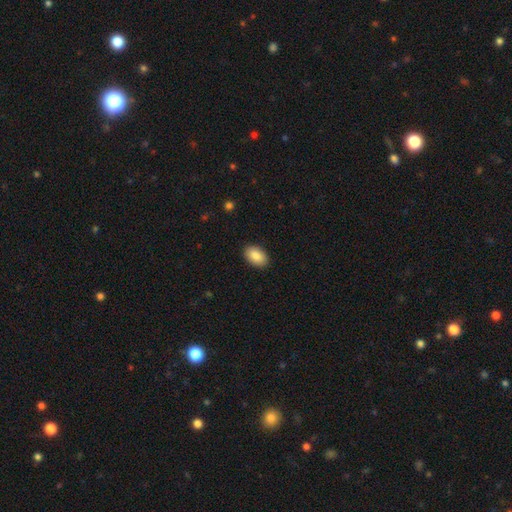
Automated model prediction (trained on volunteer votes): Smooth or featured: smooth — 88% (star or artifact — 7%)
How rounded: in between — 92% (round — 7%)
Merging: none — 89% (minor disturbance — 8%)